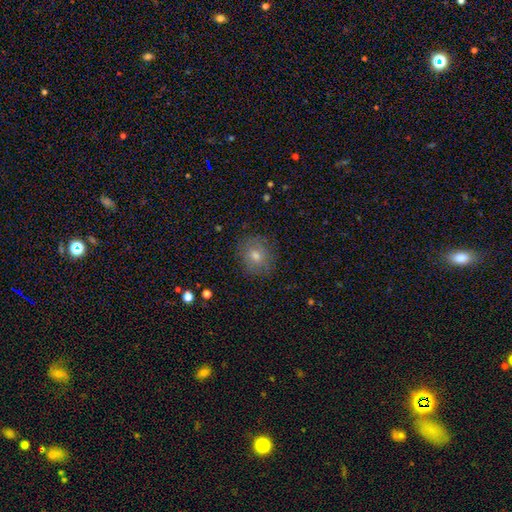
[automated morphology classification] type=smooth (62%); roundness=round (81%); merging=none (84%).